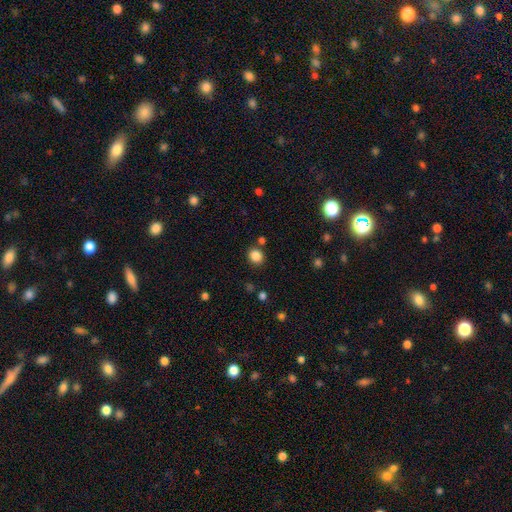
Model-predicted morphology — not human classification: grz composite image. It shows a smooth galaxy with no disk features (85%) that is round (77%). Merging: none (84%).